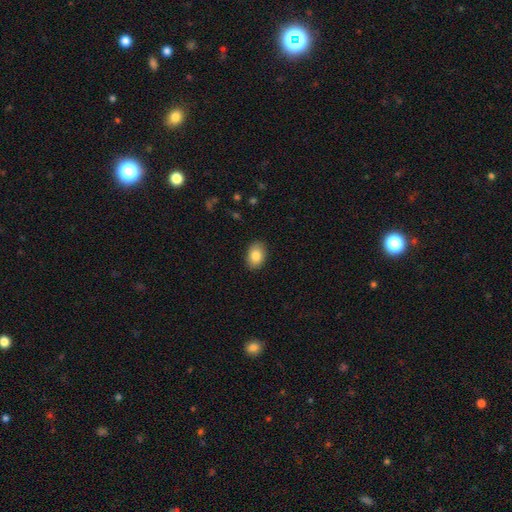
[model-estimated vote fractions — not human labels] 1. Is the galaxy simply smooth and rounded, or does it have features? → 85% smooth, 8% featured or disk, 7% star or artifact.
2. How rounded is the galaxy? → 81% in between, 18% round, 1% cigar-shaped.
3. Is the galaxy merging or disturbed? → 88% none, 9% minor disturbance, 2% major disturbance, 1% merger.